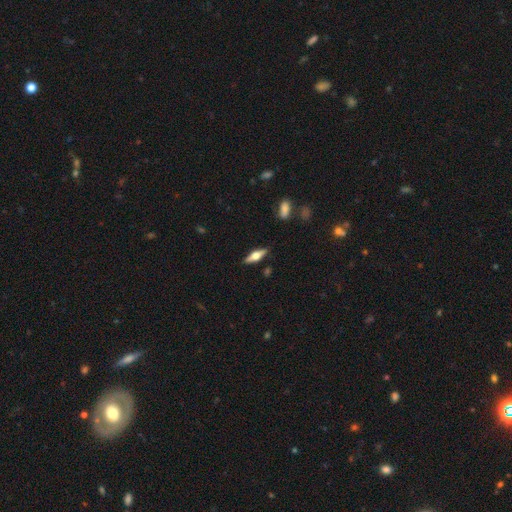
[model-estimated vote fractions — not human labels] Smooth or featured? featured or disk (59%)
Edge-on disk? yes (94%)
Edge-on bulge? rounded (93%)
Merging? none (87%)